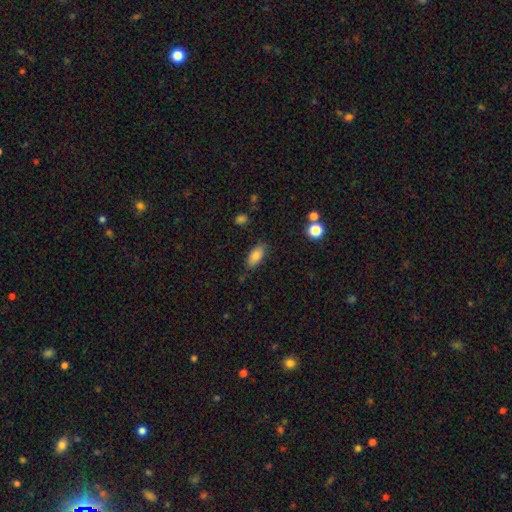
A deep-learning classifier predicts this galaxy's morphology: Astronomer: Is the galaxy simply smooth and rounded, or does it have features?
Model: smooth — 83%.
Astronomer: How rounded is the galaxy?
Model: in between — 88%.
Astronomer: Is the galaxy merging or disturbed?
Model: none — 80%.